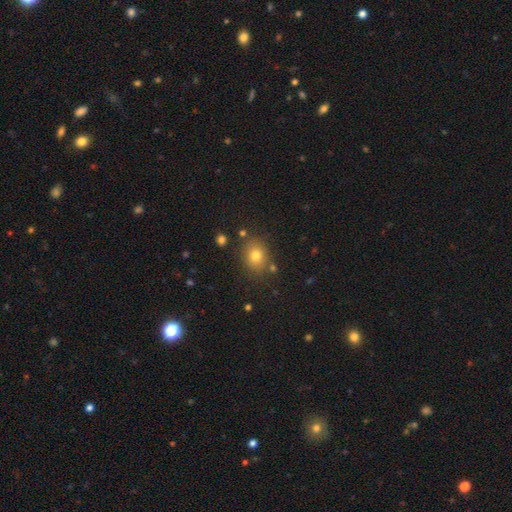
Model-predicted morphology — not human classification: type=smooth (77%); roundness=round (61%); merging=none (82%).